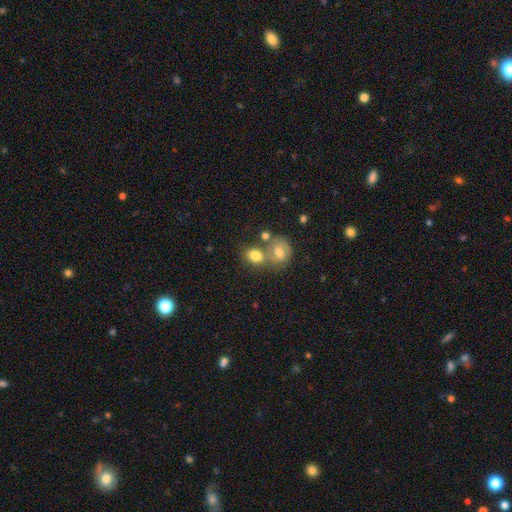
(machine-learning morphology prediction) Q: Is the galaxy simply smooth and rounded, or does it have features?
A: smooth — 75%.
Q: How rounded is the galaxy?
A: in between — 51%.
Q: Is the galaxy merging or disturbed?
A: merger — 44%.